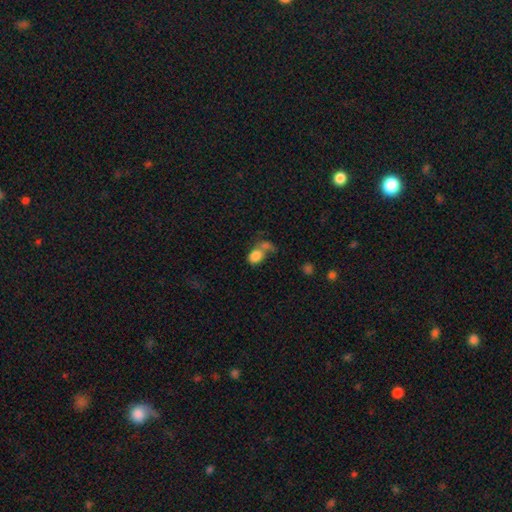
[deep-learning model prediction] Morphology: type=smooth (81%); roundness=in between (63%); merging=merger (44%).